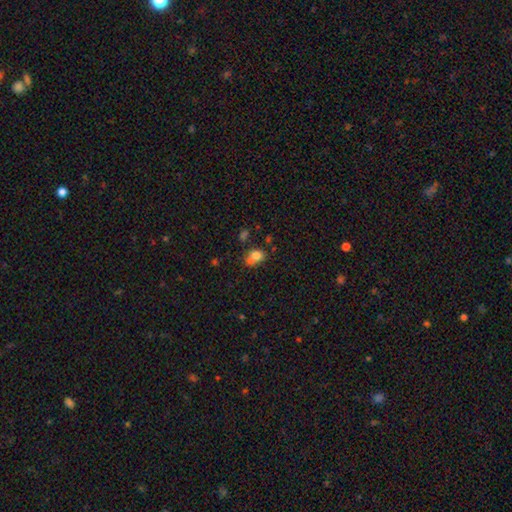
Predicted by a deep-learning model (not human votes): Smooth or featured?
  - smooth: 74% *
  - featured or disk: 14%
  - star or artifact: 12%
How rounded?
  - round: 52% *
  - in between: 47%
  - cigar-shaped: 1%
Merging?
  - merger: 46% *
  - none: 38%
  - minor disturbance: 11%
  - major disturbance: 5%